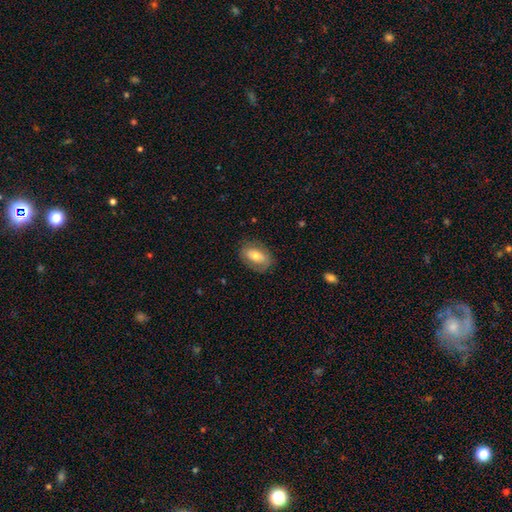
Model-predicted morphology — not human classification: A smooth galaxy with no disk features (56%) that is in between round and cigar-shaped (87%). Merging: none (76%).